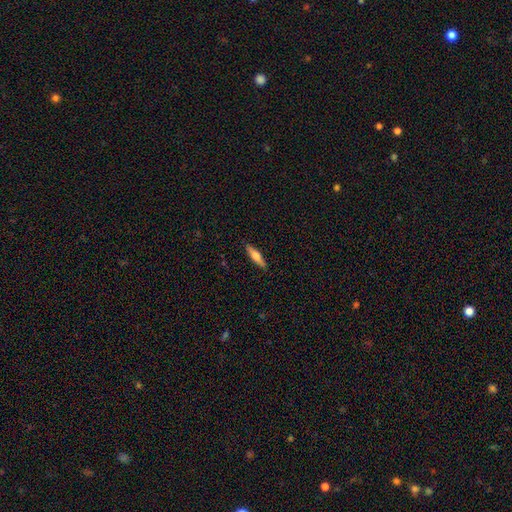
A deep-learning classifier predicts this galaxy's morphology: A smooth galaxy with no disk features (58%) that is cigar-shaped (75%). Merging: none (89%).